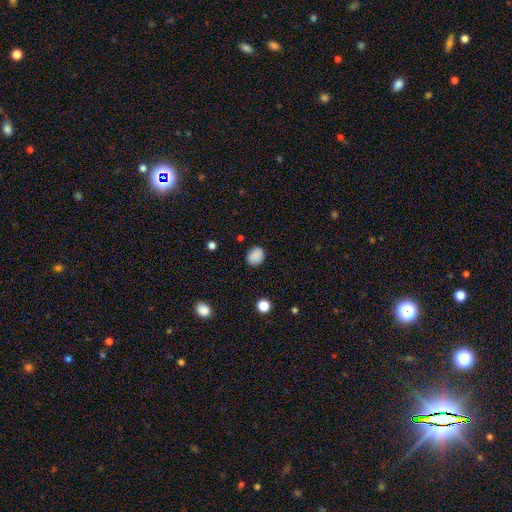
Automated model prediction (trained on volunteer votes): A smooth galaxy with no disk features (87%) that is round (59%).

Vote fractions:
- Smooth or featured? smooth: 87% / star or artifact: 9% / featured or disk: 4%
- How rounded? round: 59% / in between: 40% / cigar-shaped: 1%
- Merging? none: 84% / minor disturbance: 12% / major disturbance: 3% / merger: 1%